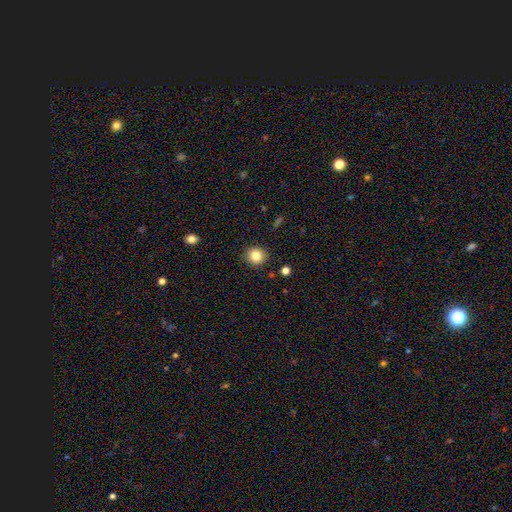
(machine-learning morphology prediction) smooth-or-featured: smooth: 83% | star or artifact: 10% | featured or disk: 7%
  how-rounded: round: 88% | in between: 11% | cigar-shaped: 1%
  merging: none: 91% | minor disturbance: 6% | major disturbance: 2% | merger: 1%